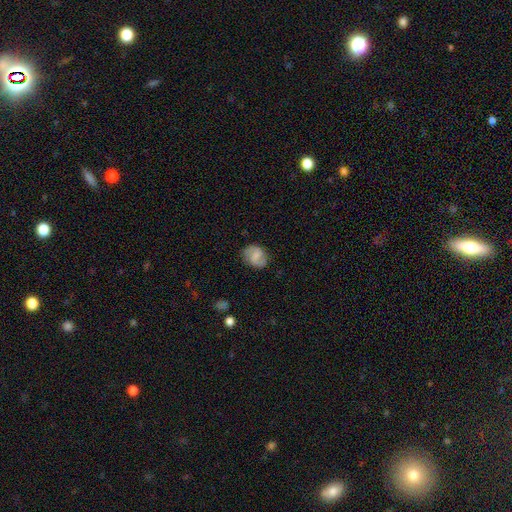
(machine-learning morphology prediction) This appears to be a featured or disk galaxy (50%). Merging: none (78%).